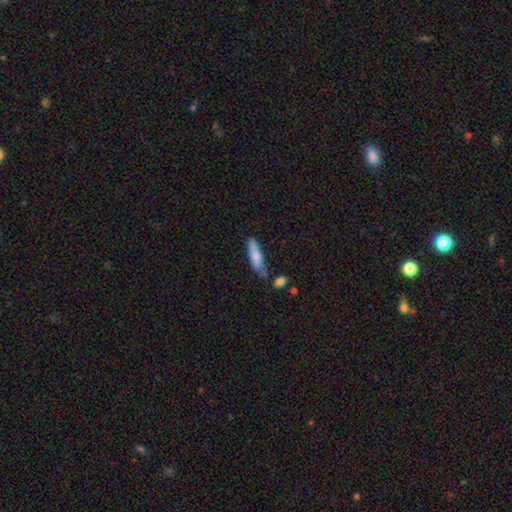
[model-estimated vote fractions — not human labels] Q: Smooth or featured?
A: smooth (74%); runner-up: featured or disk (19%)
Q: How rounded?
A: cigar-shaped (75%); runner-up: in between (24%)
Q: Merging?
A: none (61%); runner-up: minor disturbance (24%)